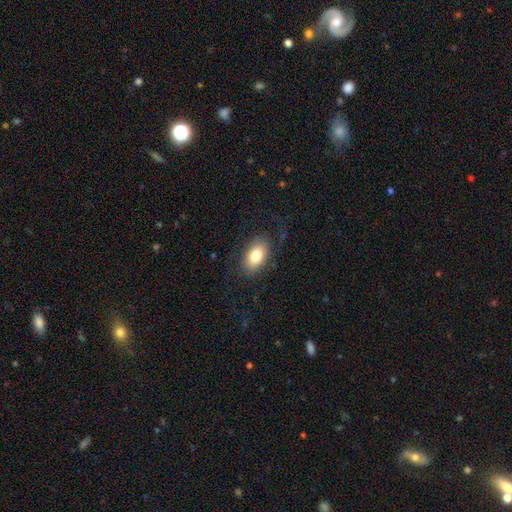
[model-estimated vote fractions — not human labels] Morphology: type=smooth (78%); roundness=in between (91%); merging=none (78%).